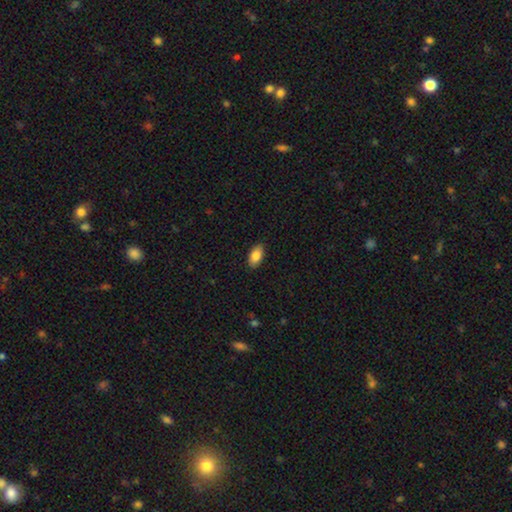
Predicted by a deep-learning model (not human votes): Overall: smooth (87%). How rounded: in between (93%). Merging: none (88%).